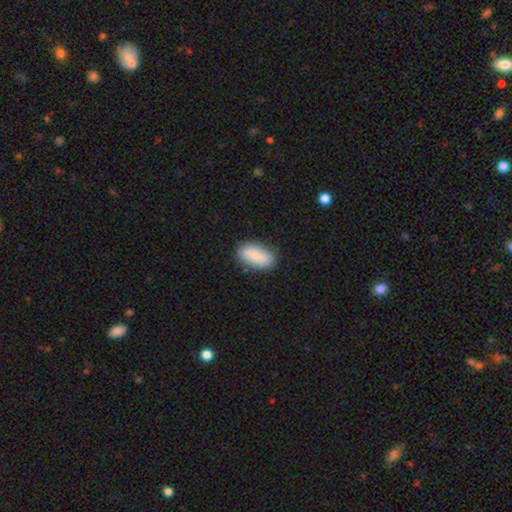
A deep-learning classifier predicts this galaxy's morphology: This is clearly a smooth galaxy (80%). How rounded: clearly in between (92%). Merging: clearly none (84%).